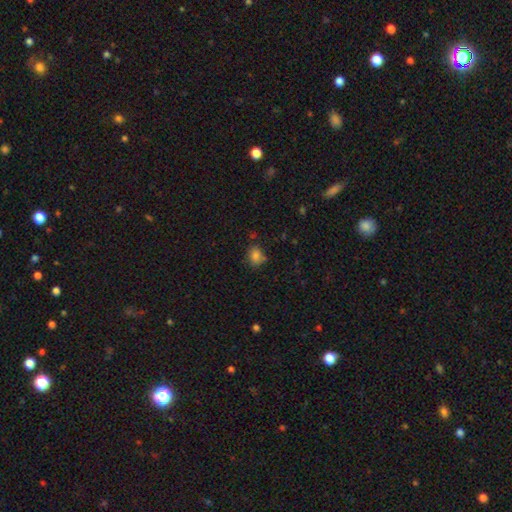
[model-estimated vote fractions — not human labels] Smooth or featured? Predicted: smooth (p=0.80). How rounded? Predicted: round (p=0.51). Merging? Predicted: none (p=0.68).